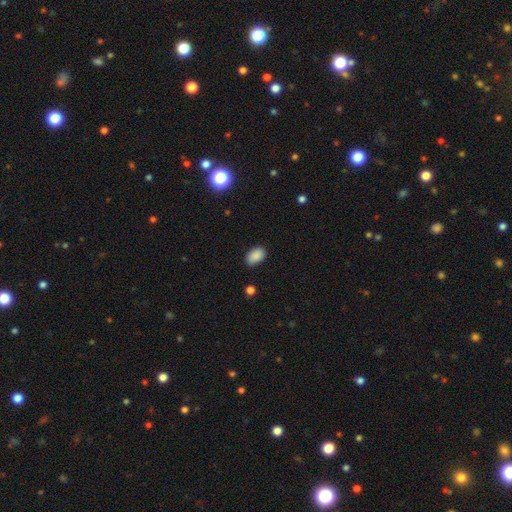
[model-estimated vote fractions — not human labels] This is clearly a smooth galaxy (88%). How rounded: clearly in between (87%). Merging: likely none (78%).